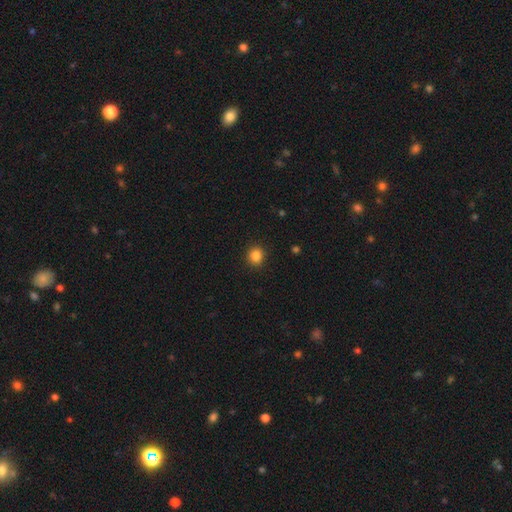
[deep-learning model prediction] Smooth or featured? smooth (85%)
How rounded? round (83%)
Merging? none (91%)